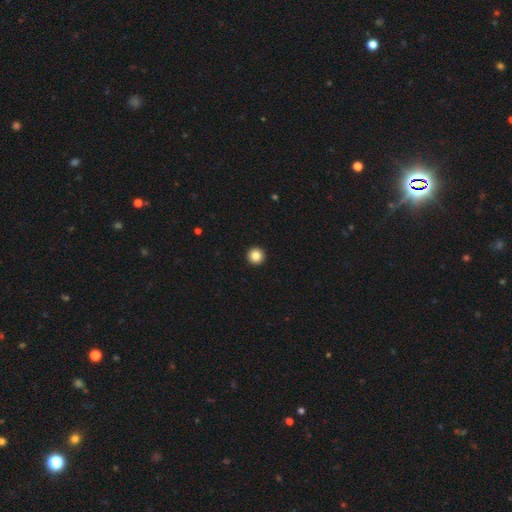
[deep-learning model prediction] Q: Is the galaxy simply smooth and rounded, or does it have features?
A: smooth — 85%.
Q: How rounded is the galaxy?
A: round — 97%.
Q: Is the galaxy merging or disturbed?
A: none — 95%.